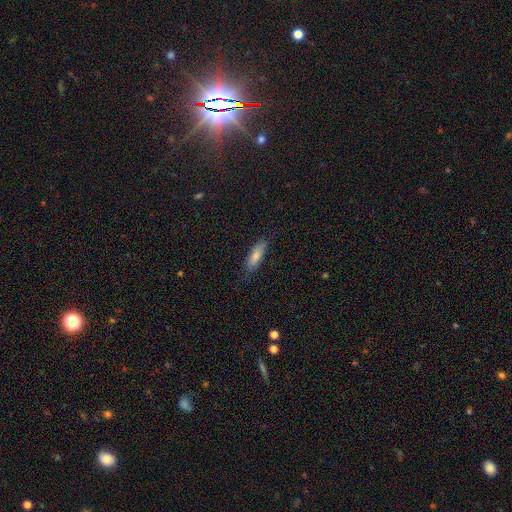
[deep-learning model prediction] Smooth or featured? smooth (73%)
How rounded? cigar-shaped (60%)
Merging? none (81%)